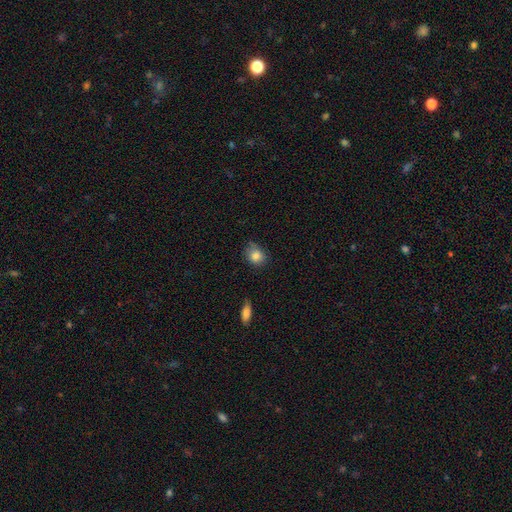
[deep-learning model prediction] Smooth or featured?
  - smooth: 83% *
  - star or artifact: 9%
  - featured or disk: 7%
How rounded?
  - round: 67% *
  - in between: 32%
  - cigar-shaped: 1%
Merging?
  - none: 69% *
  - minor disturbance: 25%
  - major disturbance: 4%
  - merger: 2%